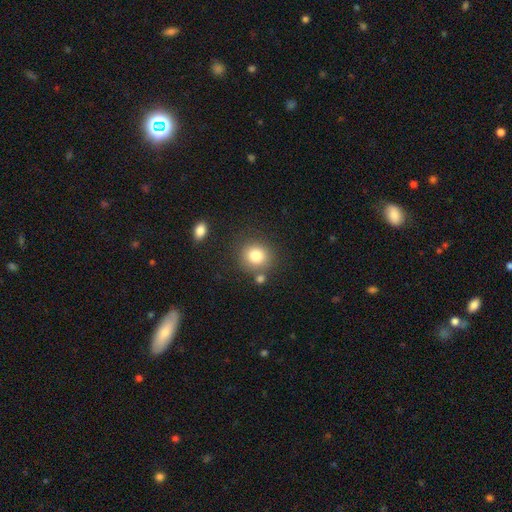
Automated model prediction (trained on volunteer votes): Smooth or featured?
  - smooth: 81% *
  - star or artifact: 11%
  - featured or disk: 8%
How rounded?
  - round: 85% *
  - in between: 14%
  - cigar-shaped: 1%
Merging?
  - none: 75% *
  - merger: 11%
  - minor disturbance: 10%
  - major disturbance: 4%